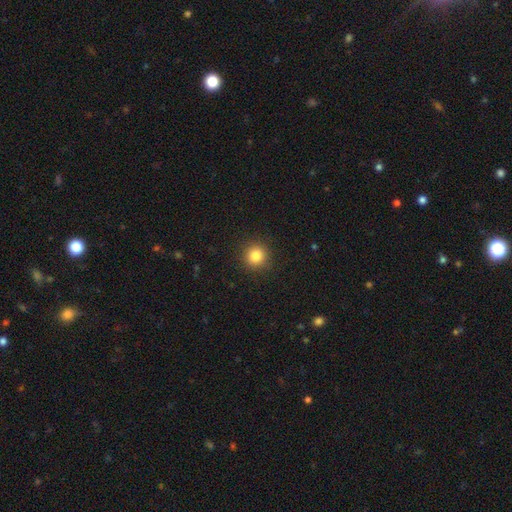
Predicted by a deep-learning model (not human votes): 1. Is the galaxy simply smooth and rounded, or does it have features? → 83% smooth, 12% star or artifact, 5% featured or disk.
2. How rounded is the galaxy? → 94% round, 5% in between, 1% cigar-shaped.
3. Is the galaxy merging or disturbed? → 91% none, 6% minor disturbance, 2% major disturbance, 1% merger.